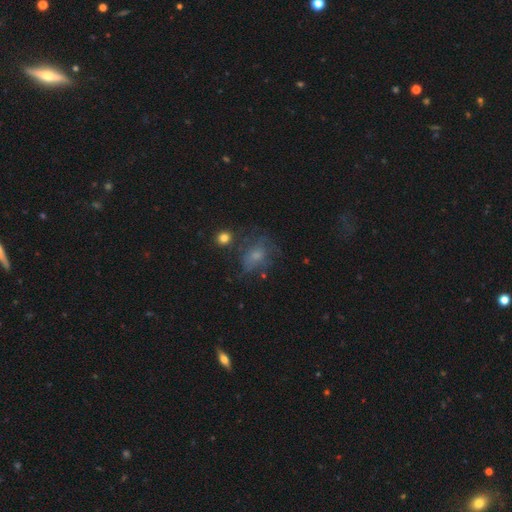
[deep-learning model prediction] Morphology: type=smooth (49%); merging=none (50%).